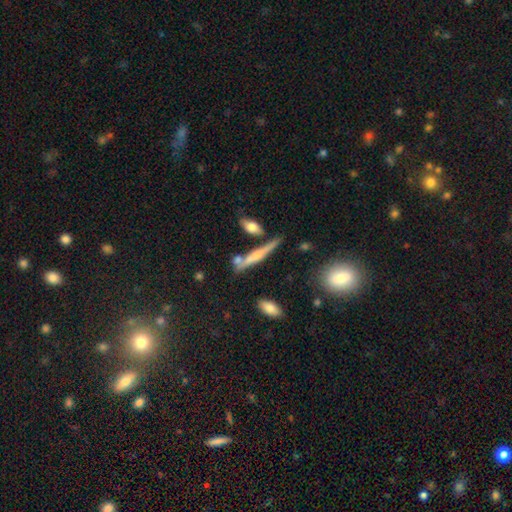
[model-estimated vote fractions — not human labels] Smooth or featured: smooth — 47% (featured or disk — 44%)
Merging: none — 68% (minor disturbance — 14%)